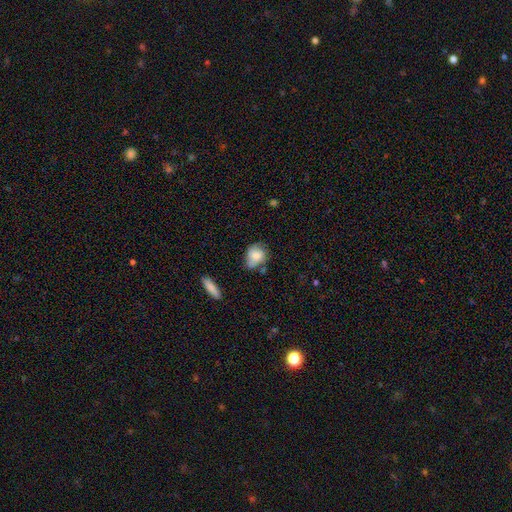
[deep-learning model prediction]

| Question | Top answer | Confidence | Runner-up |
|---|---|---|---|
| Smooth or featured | smooth | 74% | featured or disk (19%) |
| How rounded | round | 50% | in between (48%) |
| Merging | none | 50% | minor disturbance (32%) |